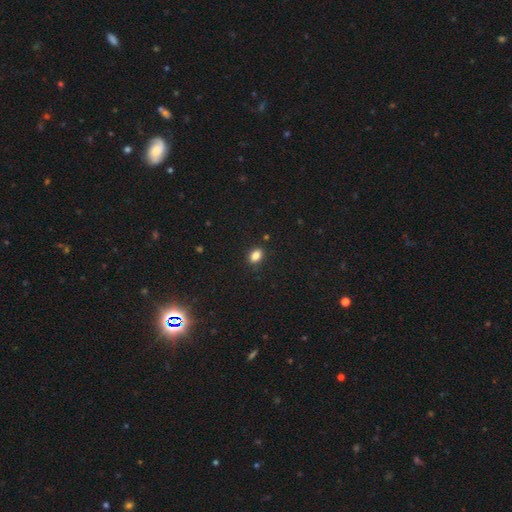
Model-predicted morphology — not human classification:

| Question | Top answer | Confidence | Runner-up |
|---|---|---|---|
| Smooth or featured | smooth | 84% | star or artifact (10%) |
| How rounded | in between | 82% | round (16%) |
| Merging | none | 87% | minor disturbance (9%) |